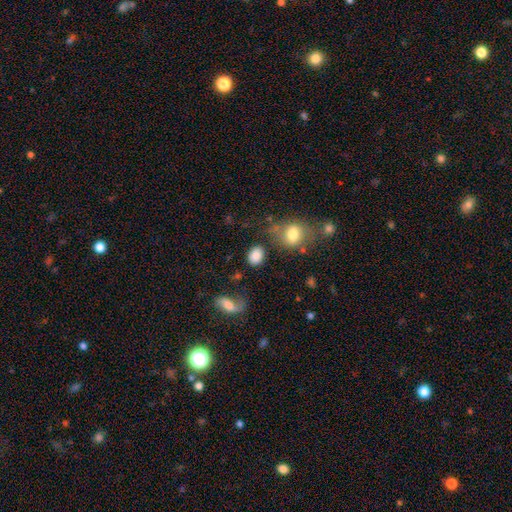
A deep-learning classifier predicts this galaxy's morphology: Overall: smooth (85%). How rounded: in between (60%; round 39%). Merging: none (74%).